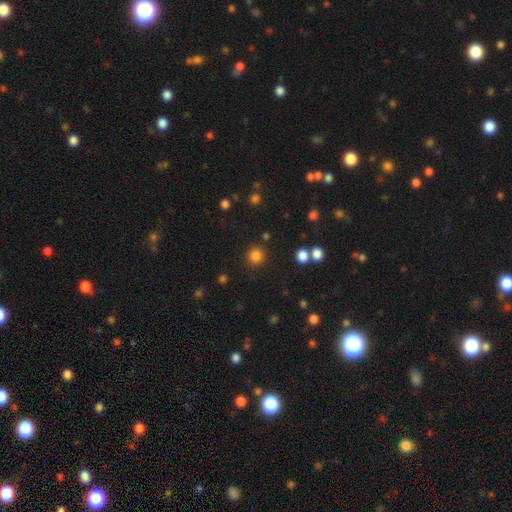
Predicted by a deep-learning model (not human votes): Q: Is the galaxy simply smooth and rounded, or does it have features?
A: smooth — 83%.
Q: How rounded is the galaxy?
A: round — 93%.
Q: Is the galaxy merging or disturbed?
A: none — 89%.